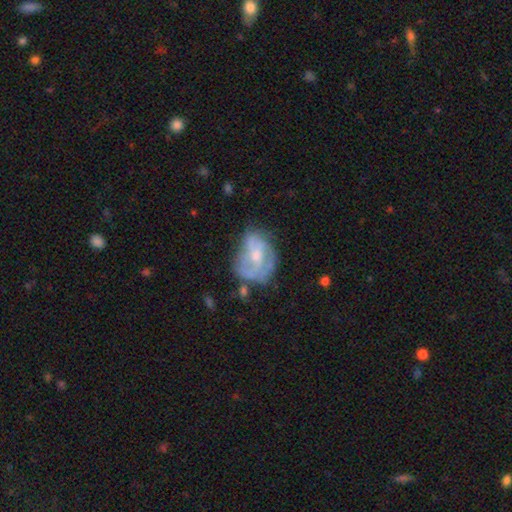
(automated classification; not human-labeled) A featured or disk galaxy (64%) with no bar (64%), spiral arms (56%) and a moderate central bulge (49%).

Vote fractions:
- Smooth or featured? featured or disk: 64% / smooth: 29% / star or artifact: 8%
- Edge-on disk? no: 97% / yes: 3%
- Bar? no: 64% / weak: 30% / strong: 6%
- Spiral arms? yes: 56% / no: 44%
- Bulge size? moderate: 49% / small: 37% / none: 9% / large: 4% / dominant: 1%
- Merging? none: 43% / minor disturbance: 28% / major disturbance: 23% / merger: 6%